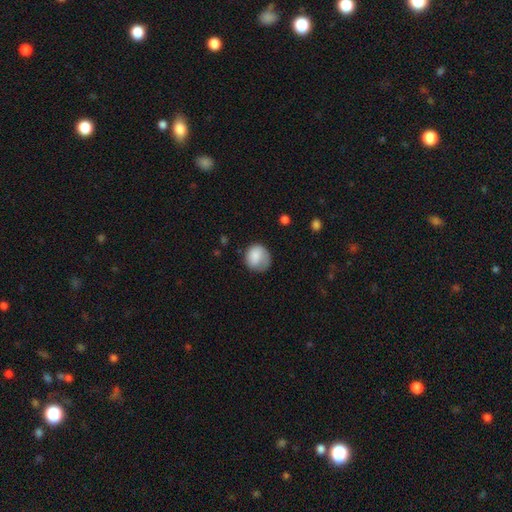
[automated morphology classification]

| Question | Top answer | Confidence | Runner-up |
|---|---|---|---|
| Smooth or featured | smooth | 81% | featured or disk (12%) |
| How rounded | round | 75% | in between (24%) |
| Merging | none | 52% | minor disturbance (29%) |